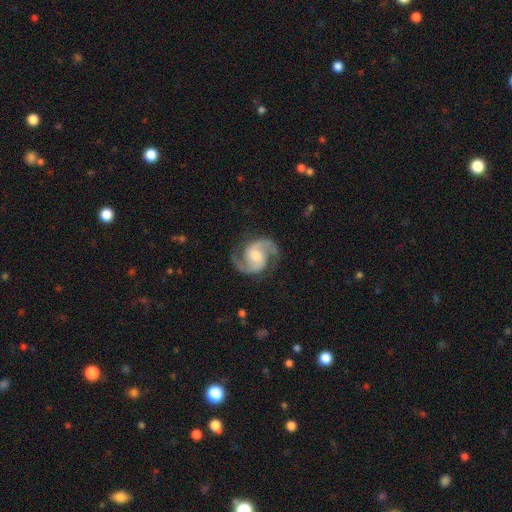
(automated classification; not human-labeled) A featured or disk galaxy (92%) with no bar (49%), 2 (95%) medium (64%) spiral arms (98%) and a moderate central bulge (42%). Merging: none (83%).